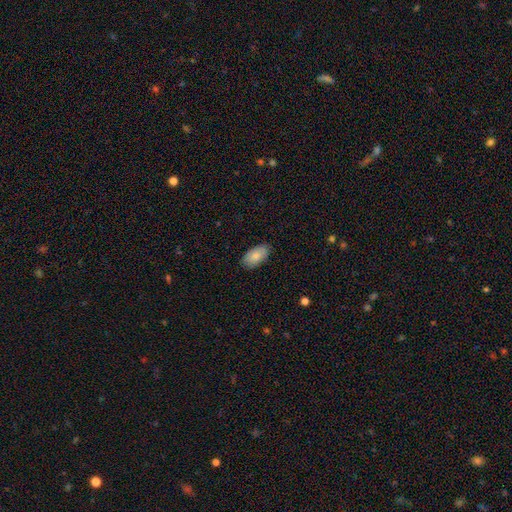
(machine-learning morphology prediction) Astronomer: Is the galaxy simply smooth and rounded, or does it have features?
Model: smooth — 81%.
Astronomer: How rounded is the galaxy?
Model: in between — 95%.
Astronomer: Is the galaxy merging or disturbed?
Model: none — 83%.